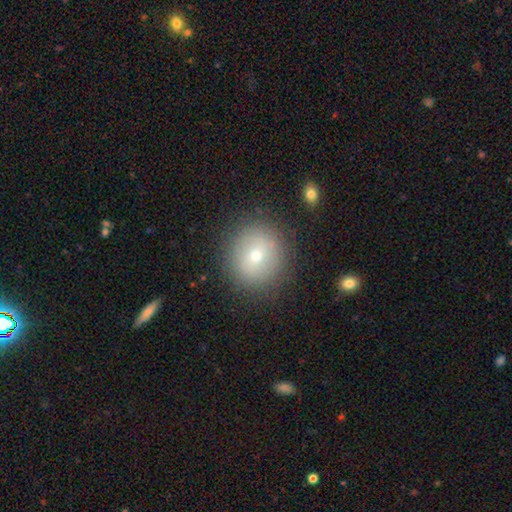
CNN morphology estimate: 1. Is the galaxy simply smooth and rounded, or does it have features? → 67% smooth, 21% featured or disk, 11% star or artifact.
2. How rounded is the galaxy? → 89% round, 10% in between, 1% cigar-shaped.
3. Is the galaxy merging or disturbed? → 87% none, 8% minor disturbance, 4% major disturbance, 1% merger.